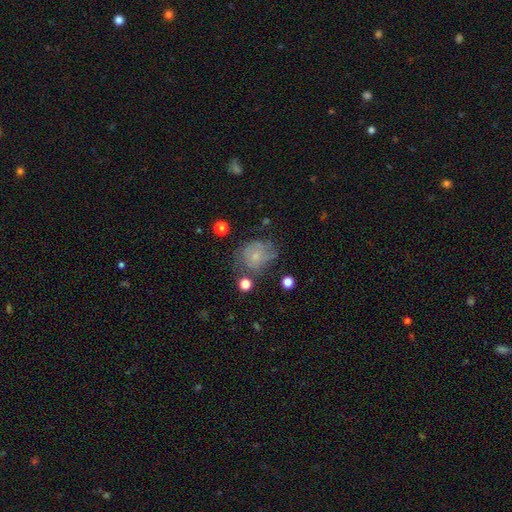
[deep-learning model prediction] Morphology: type=smooth (50%); merging=none (48%).